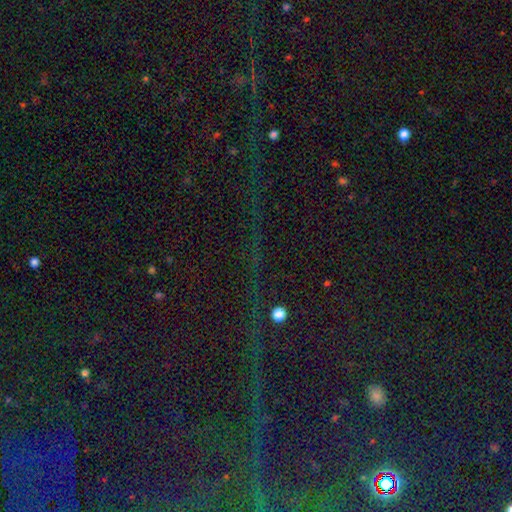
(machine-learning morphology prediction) Overall: star or artifact (84%).